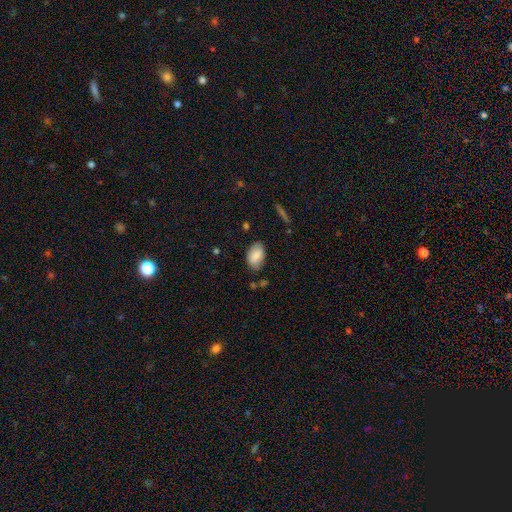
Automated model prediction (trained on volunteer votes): smooth_or_featured: smooth (p=0.82) [alt: featured or disk p=0.10]
how_rounded: in between (p=0.91) [alt: round p=0.07]
merging: none (p=0.74) [alt: minor disturbance p=0.19]